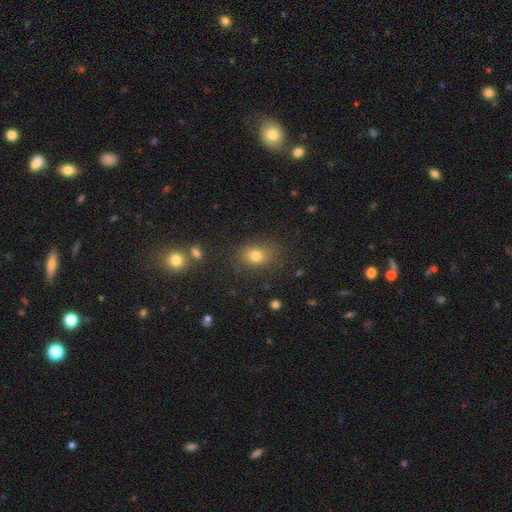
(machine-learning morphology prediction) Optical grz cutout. It shows a smooth galaxy with no disk features (77%) that is in between round and cigar-shaped (59%). Merging: none (79%).